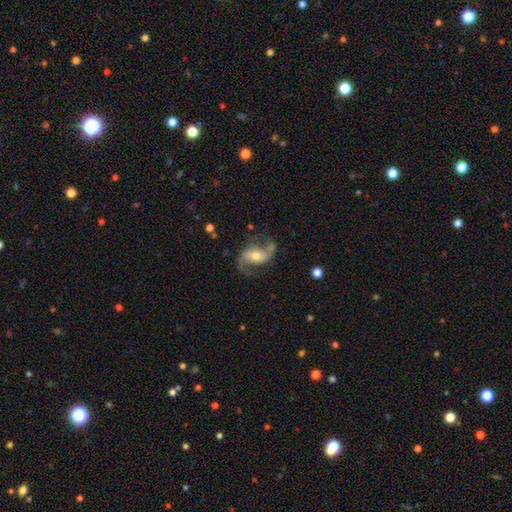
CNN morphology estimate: This appears to be a featured or disk galaxy (87%) with no bar (38%), 2 (93%) loose (59%) spiral arms (96%) and a moderate central bulge (62%). Merging: none (74%).